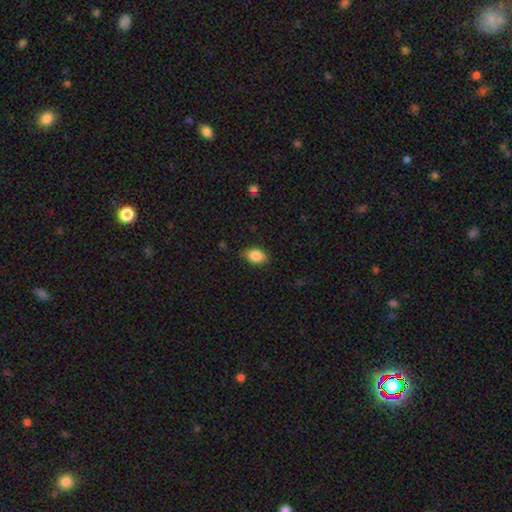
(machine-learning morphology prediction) The model was most divided on "merging": none: 77%, minor disturbance: 19%, major disturbance: 3%, merger: 1%. More confident: smooth or featured — smooth (87%); how rounded — in between (82%).